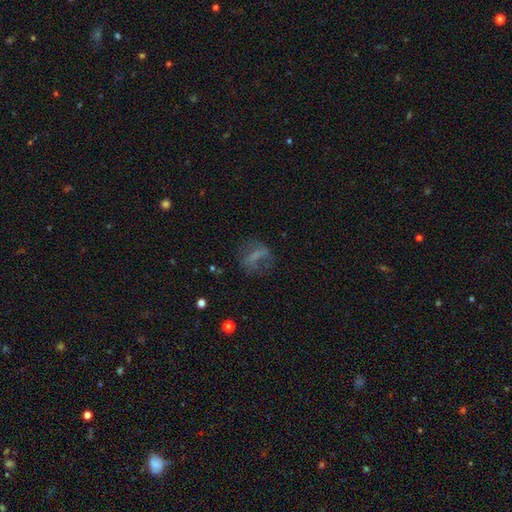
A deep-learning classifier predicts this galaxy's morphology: Smooth or featured: smooth — 44% (featured or disk — 40%)
Merging: none — 55% (major disturbance — 23%)